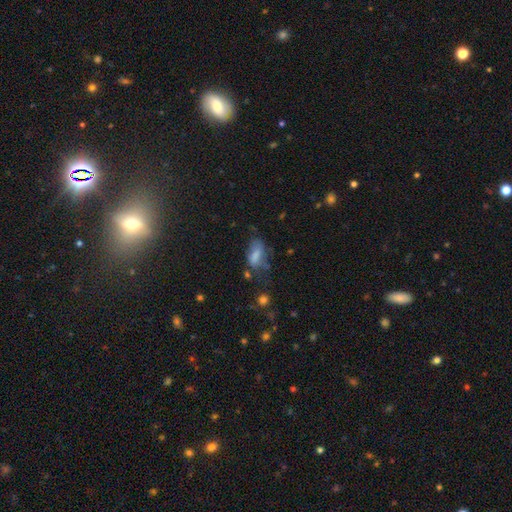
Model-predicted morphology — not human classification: smooth_or_featured: smooth (p=0.68) [alt: featured or disk p=0.21]
how_rounded: in between (p=0.87) [alt: cigar-shaped p=0.07]
merging: none (p=0.34) [alt: minor disturbance p=0.30]